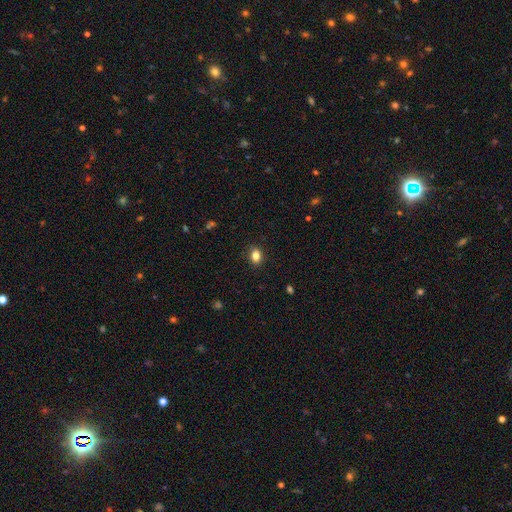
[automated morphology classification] This appears to be a smooth galaxy with no disk features (83%) that is in between round and cigar-shaped (61%). Merging: none (88%).